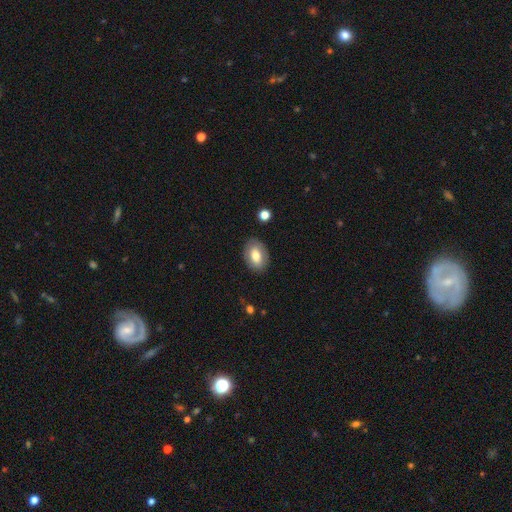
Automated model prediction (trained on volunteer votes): Morphology: type=smooth (72%); roundness=in between (86%); merging=none (84%).